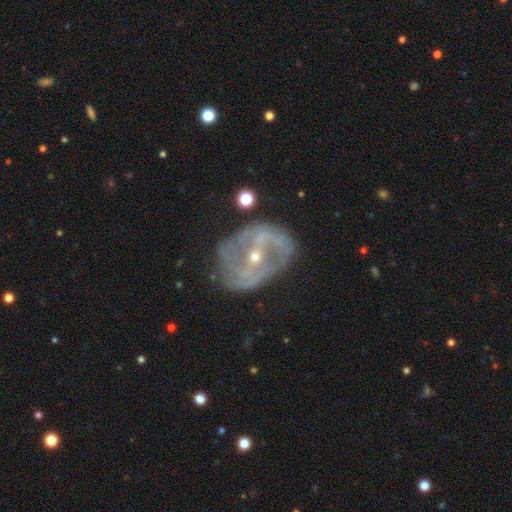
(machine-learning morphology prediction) Smooth or featured? featured or disk (84%)
Edge-on disk? no (95%)
Bar? strong (48%)
Spiral arms? yes (81%)
Spiral winding? medium (40%)
Spiral arm count? 2 (60%)
Bulge size? small (69%)
Merging? none (63%)